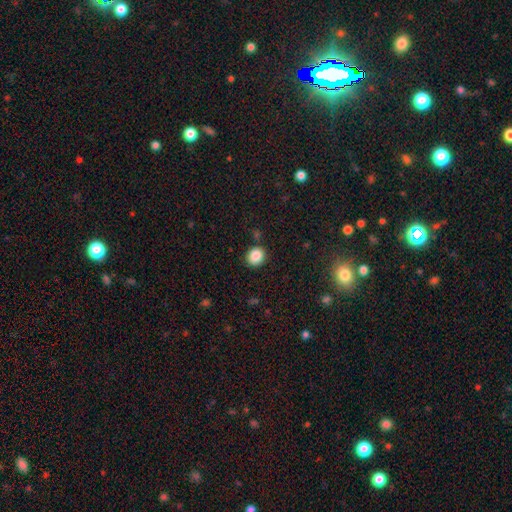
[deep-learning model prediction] Overall: smooth (87%). How rounded: round (74%). Merging: none (86%).